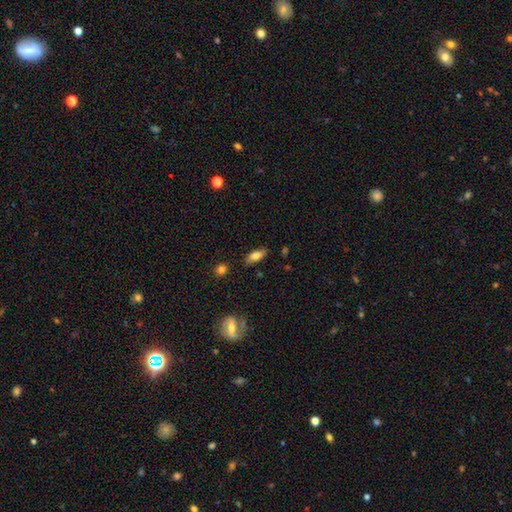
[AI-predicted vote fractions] Smooth or featured? smooth (75%)
How rounded? in between (81%)
Merging? none (82%)